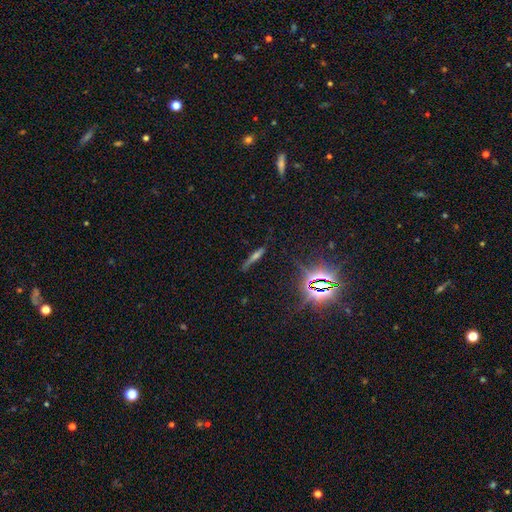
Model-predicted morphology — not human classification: Smooth or featured? Predicted: featured or disk (p=0.39). Merging? Predicted: none (p=0.76).